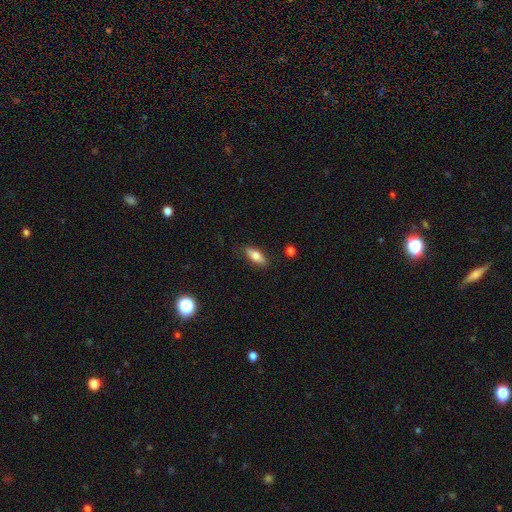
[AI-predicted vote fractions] A smooth galaxy with no disk features (72%) that is in between round and cigar-shaped (72%).

Vote fractions:
- Smooth or featured? smooth: 72% / featured or disk: 21% / star or artifact: 7%
- How rounded? in between: 72% / cigar-shaped: 25% / round: 3%
- Merging? none: 83% / minor disturbance: 12% / major disturbance: 3% / merger: 2%